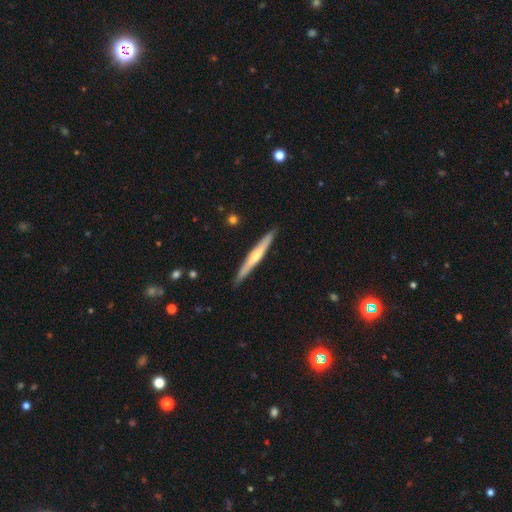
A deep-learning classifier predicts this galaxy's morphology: smooth-or-featured: featured or disk: 63% | smooth: 32% | star or artifact: 5%
  disk-edge-on: yes: 96% | no: 4%
    edge-on-bulge: rounded: 75% | none: 21% | boxy: 4%
  merging: none: 90% | minor disturbance: 7% | major disturbance: 1% | merger: 1%